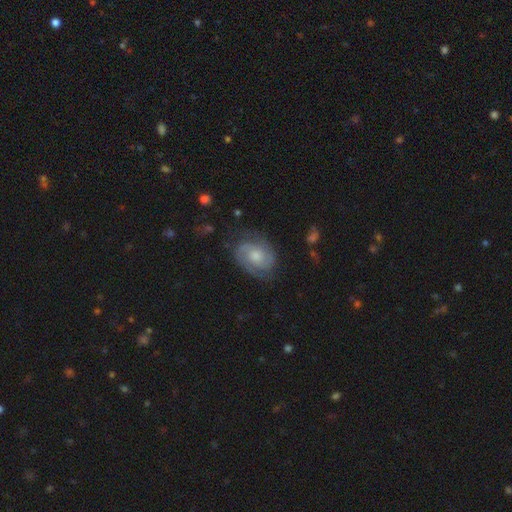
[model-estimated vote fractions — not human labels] Smooth or featured? Predicted: featured or disk (p=0.79). Edge-on disk? Predicted: no (p=0.98). Bar? Predicted: no (p=0.68). Spiral arms? Predicted: yes (p=0.95). Spiral winding? Predicted: tight (p=0.49). Spiral arm count? Predicted: 2 (p=0.82). Bulge size? Predicted: moderate (p=0.52). Merging? Predicted: none (p=0.73).